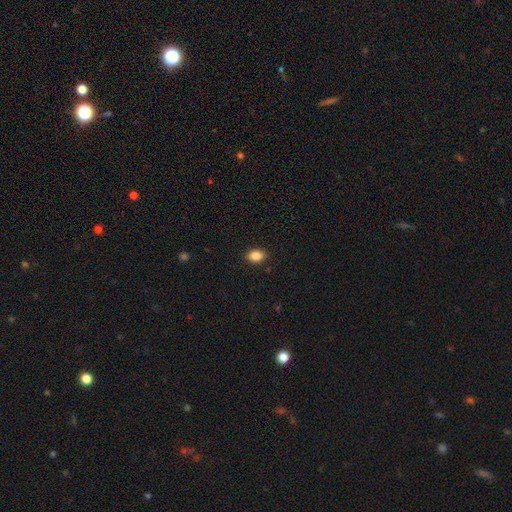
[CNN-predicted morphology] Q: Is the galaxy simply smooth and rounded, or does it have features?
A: smooth — 88%.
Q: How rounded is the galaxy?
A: in between — 79%.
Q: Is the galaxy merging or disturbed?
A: none — 90%.